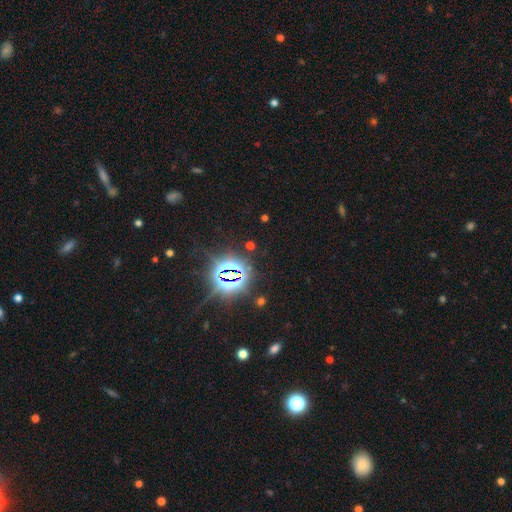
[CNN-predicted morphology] smooth-or-featured: star or artifact: 82% | smooth: 10% | featured or disk: 7%